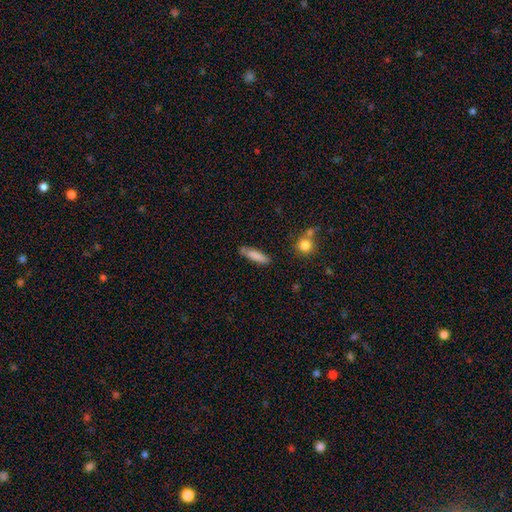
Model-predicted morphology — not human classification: The model was most divided on "how rounded": cigar-shaped: 77%, in between: 22%, round: 2%. More confident: smooth or featured — smooth (81%); merging — none (76%).